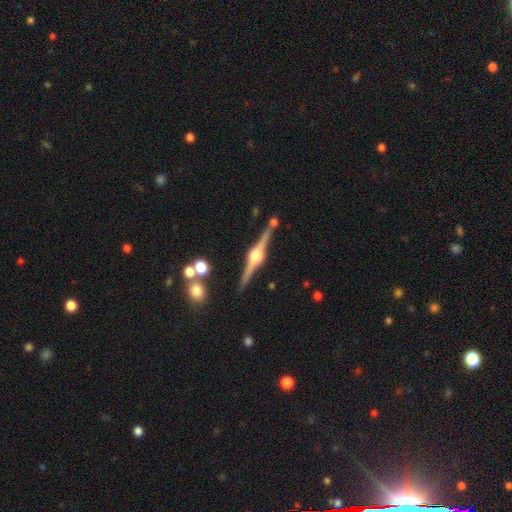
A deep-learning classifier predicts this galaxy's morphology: This is clearly a featured or disk galaxy (89%). It is clearly viewed edge-on (98%). Edge-on bulge: clearly rounded (93%). Merging: clearly none (87%).